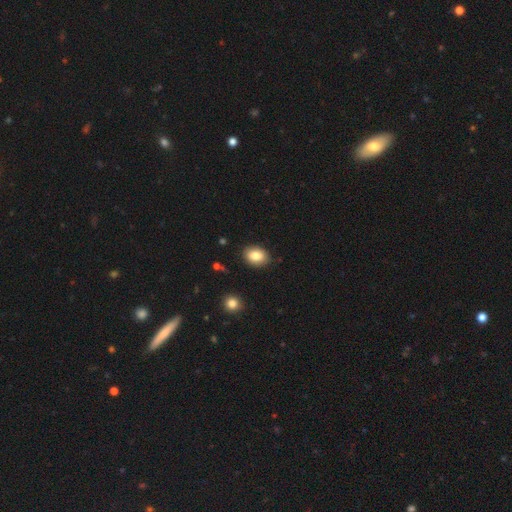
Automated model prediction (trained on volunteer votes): smooth_or_featured: smooth (p=0.84) [alt: star or artifact p=0.08]
how_rounded: in between (p=0.72) [alt: round p=0.27]
merging: none (p=0.87) [alt: minor disturbance p=0.10]